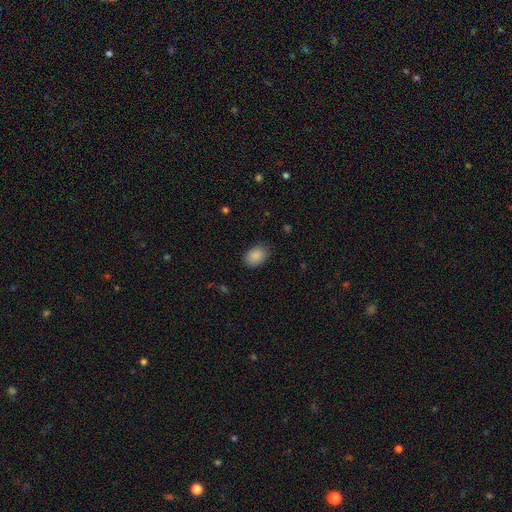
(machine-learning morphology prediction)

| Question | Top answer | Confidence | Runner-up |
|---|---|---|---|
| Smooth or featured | smooth | 89% | star or artifact (8%) |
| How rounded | in between | 81% | round (18%) |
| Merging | none | 84% | minor disturbance (12%) |